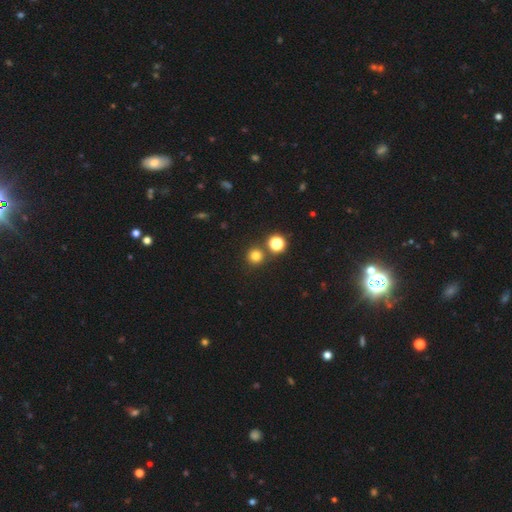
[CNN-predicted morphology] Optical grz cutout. It shows a smooth galaxy with no disk features (77%) that is round (94%). Merging: none (81%).